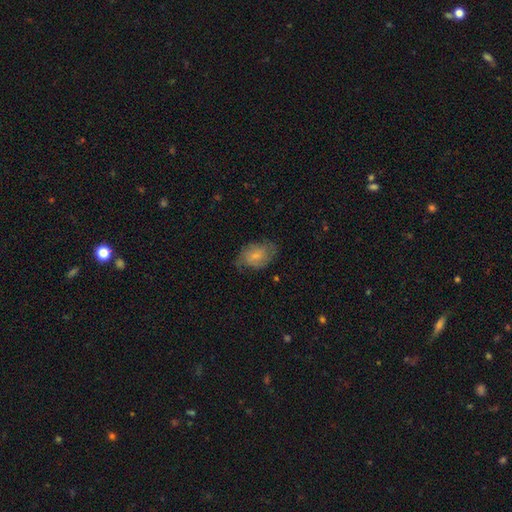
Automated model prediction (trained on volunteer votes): Smooth or featured: smooth — 48% (featured or disk — 45%)
Merging: none — 61% (minor disturbance — 27%)